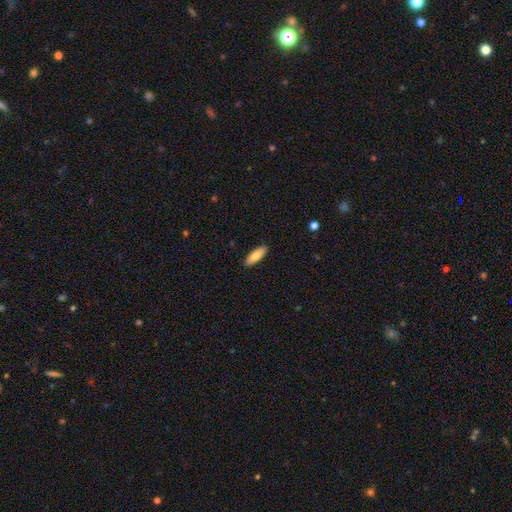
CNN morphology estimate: Overall: smooth (82%). How rounded: in between (62%; cigar-shaped 36%). Merging: none (90%).